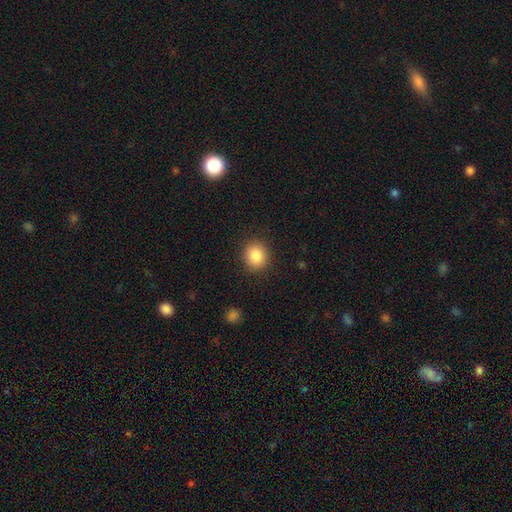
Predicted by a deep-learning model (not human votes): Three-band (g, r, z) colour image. It shows a smooth galaxy with no disk features (86%) that is round (82%). Merging: none (89%).